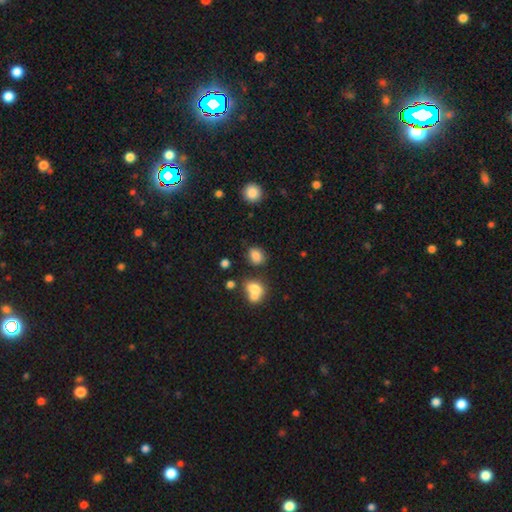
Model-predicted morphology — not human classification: smooth_or_featured: smooth (p=0.82) [alt: star or artifact p=0.12]
how_rounded: in between (p=0.50) [alt: round p=0.48]
merging: none (p=0.69) [alt: minor disturbance p=0.15]